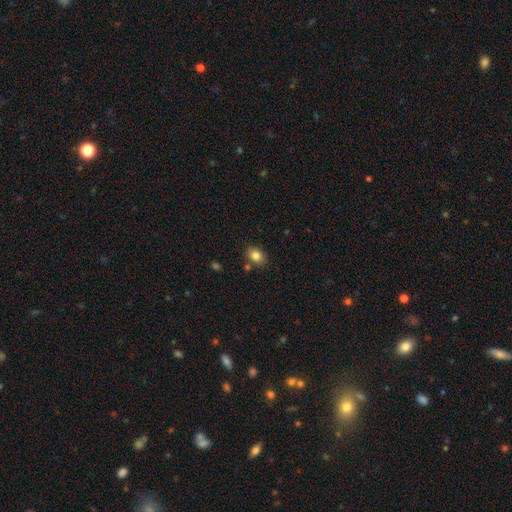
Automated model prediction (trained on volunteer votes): Smooth or featured: smooth — 83% (star or artifact — 10%)
How rounded: in between — 69% (round — 30%)
Merging: none — 79% (minor disturbance — 12%)